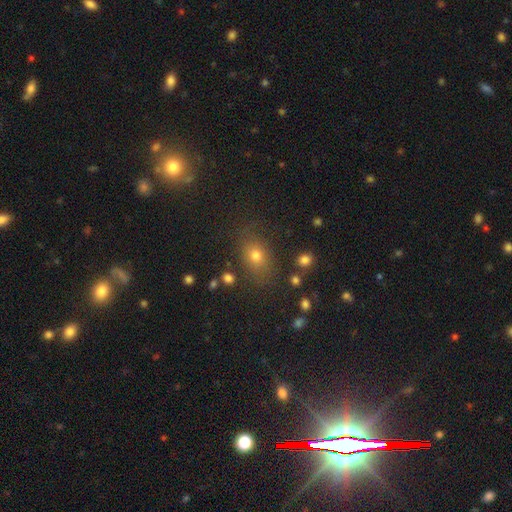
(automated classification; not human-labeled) smooth 71%, star or artifact 18%, featured or disk 11%. Down the decision tree: how rounded — in between (63%); merging — none (78%).